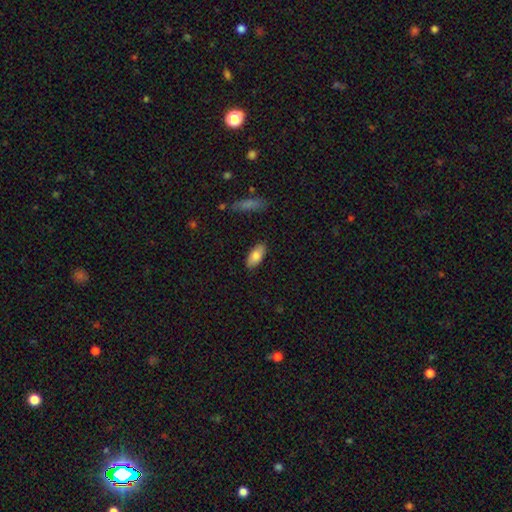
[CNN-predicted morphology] This appears to be a smooth galaxy with no disk features (83%) that is in between round and cigar-shaped (89%). Merging: none (87%).